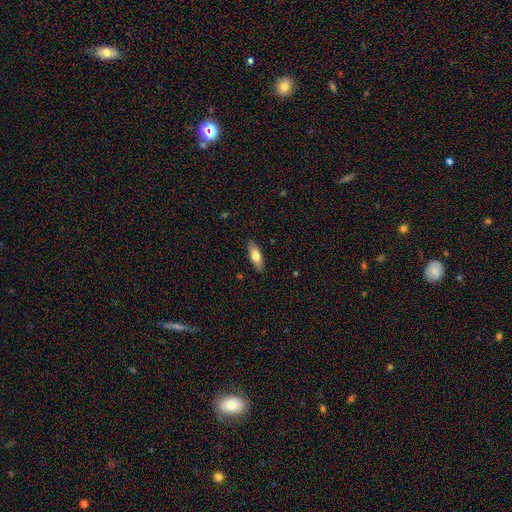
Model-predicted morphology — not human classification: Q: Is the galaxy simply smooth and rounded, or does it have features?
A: smooth — 72%.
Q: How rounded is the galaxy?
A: in between — 66%.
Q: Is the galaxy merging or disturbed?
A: none — 87%.